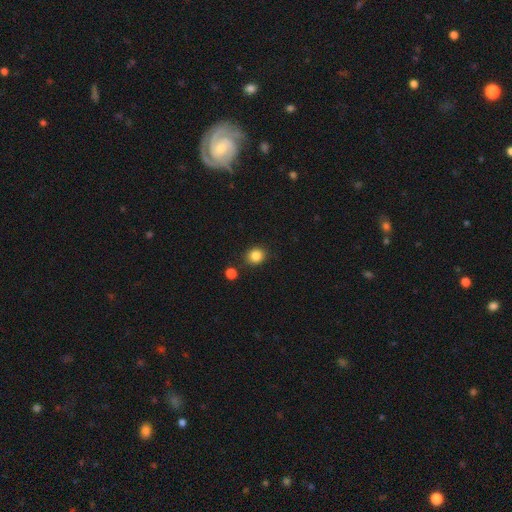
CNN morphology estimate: Smooth or featured? smooth (85%)
How rounded? round (77%)
Merging? none (85%)